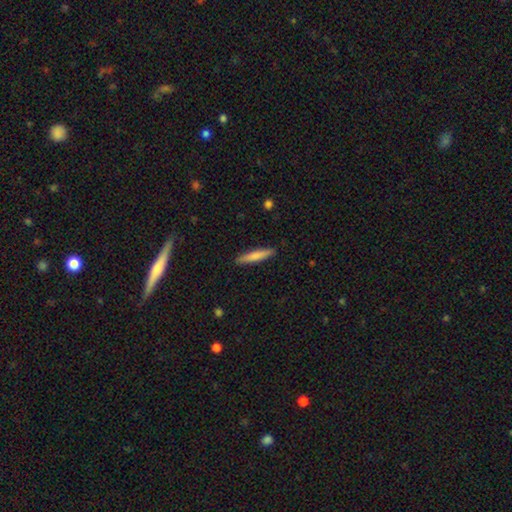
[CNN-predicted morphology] Q: Smooth or featured?
A: smooth (76%); runner-up: featured or disk (19%)
Q: How rounded?
A: cigar-shaped (91%); runner-up: in between (8%)
Q: Merging?
A: none (90%); runner-up: minor disturbance (7%)